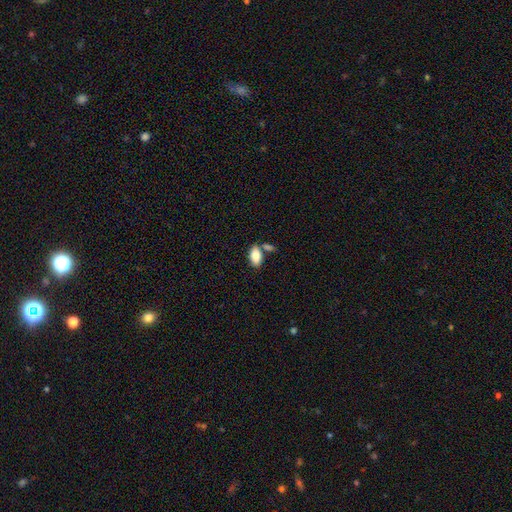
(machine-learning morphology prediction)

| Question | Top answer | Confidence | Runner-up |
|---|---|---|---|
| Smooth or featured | smooth | 84% | featured or disk (9%) |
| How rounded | in between | 93% | round (4%) |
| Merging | none | 65% | merger (19%) |